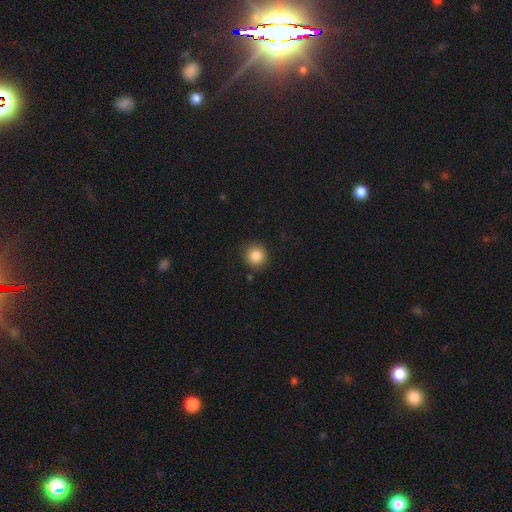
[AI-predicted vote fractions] Smooth or featured?
  - smooth: 85% *
  - star or artifact: 10%
  - featured or disk: 5%
How rounded?
  - round: 93% *
  - in between: 6%
  - cigar-shaped: 1%
Merging?
  - none: 88% *
  - minor disturbance: 8%
  - major disturbance: 2%
  - merger: 2%